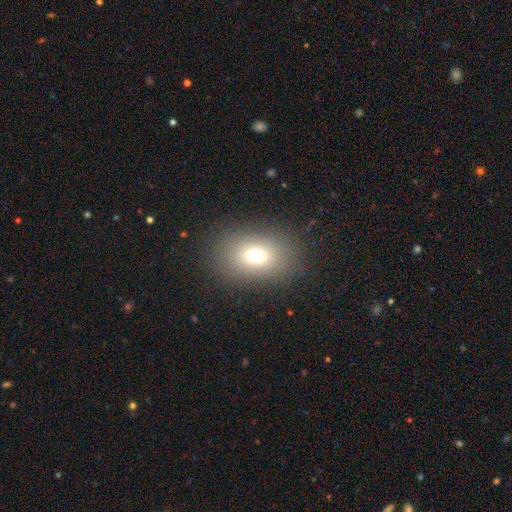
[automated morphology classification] Q: Smooth or featured?
A: smooth (73%); runner-up: star or artifact (14%)
Q: How rounded?
A: in between (73%); runner-up: round (26%)
Q: Merging?
A: none (85%); runner-up: minor disturbance (9%)